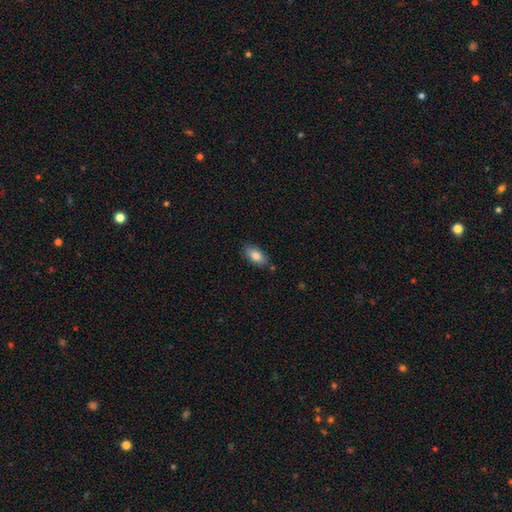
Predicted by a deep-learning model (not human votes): Smooth or featured? Predicted: smooth (p=0.82). How rounded? Predicted: in between (p=0.91). Merging? Predicted: none (p=0.80).